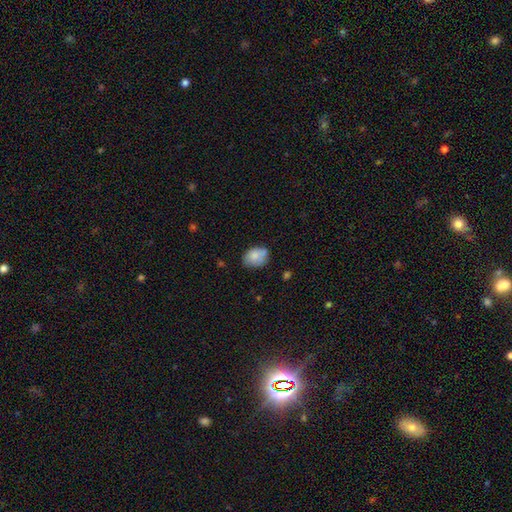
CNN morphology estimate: This appears to be a smooth galaxy with no disk features (80%) that is in between round and cigar-shaped (75%). Merging: none (59%).